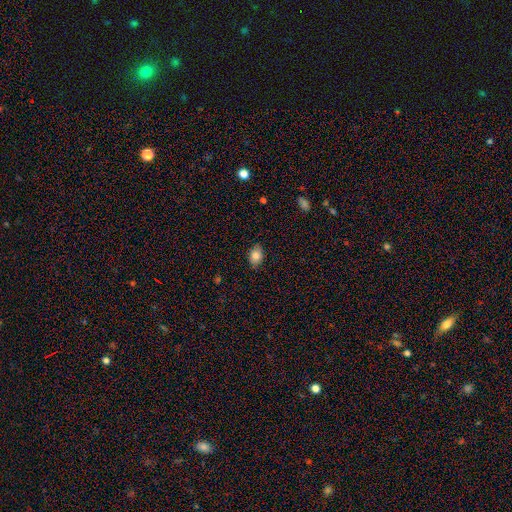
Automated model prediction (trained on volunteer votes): A smooth galaxy with no disk features (81%) that is in between round and cigar-shaped (81%). Merging: none (84%).